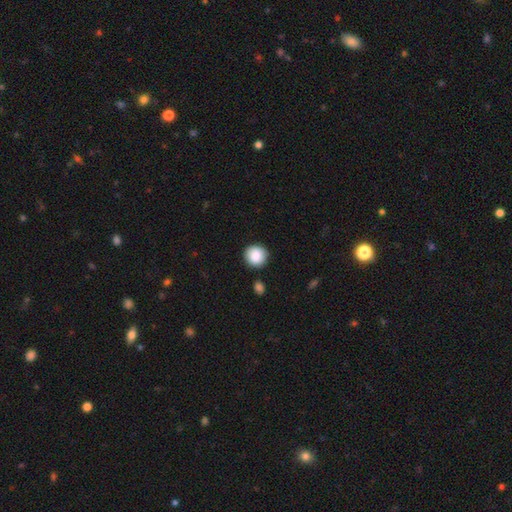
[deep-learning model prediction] Smooth or featured? smooth (87%)
How rounded? round (93%)
Merging? none (88%)